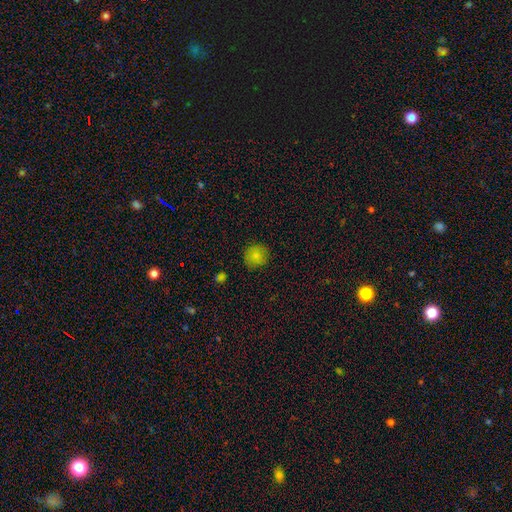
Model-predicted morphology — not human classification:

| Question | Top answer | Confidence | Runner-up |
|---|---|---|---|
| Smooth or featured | smooth | 81% | star or artifact (12%) |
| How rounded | round | 91% | in between (8%) |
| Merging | none | 84% | minor disturbance (12%) |